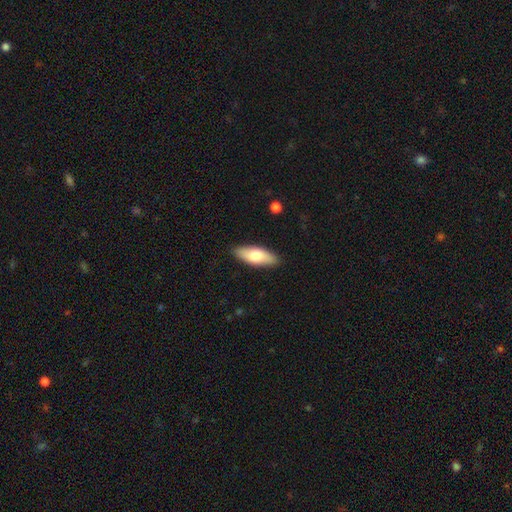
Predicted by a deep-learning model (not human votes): smooth-or-featured: smooth: 71% | featured or disk: 24% | star or artifact: 5%
  how-rounded: in between: 72% | cigar-shaped: 26% | round: 2%
  merging: none: 88% | minor disturbance: 9% | major disturbance: 2% | merger: 1%